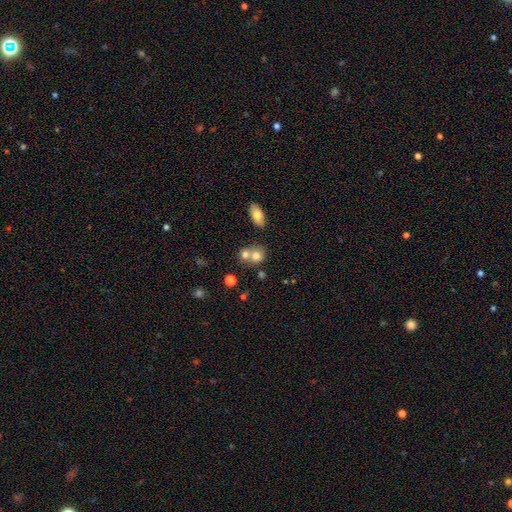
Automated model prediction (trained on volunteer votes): smooth 73%, featured or disk 16%, star or artifact 11%. Down the decision tree: how rounded — round (70%); merging — merger (51%).